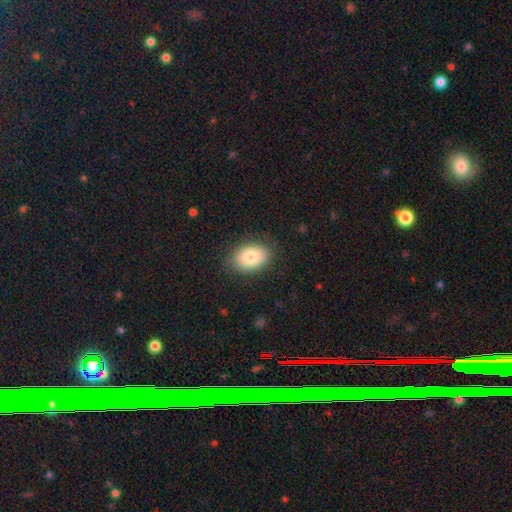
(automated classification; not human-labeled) Smooth or featured?
  - smooth: 80% *
  - featured or disk: 12%
  - star or artifact: 8%
How rounded?
  - in between: 77% *
  - round: 22%
  - cigar-shaped: 1%
Merging?
  - none: 83% *
  - minor disturbance: 12%
  - major disturbance: 3%
  - merger: 1%